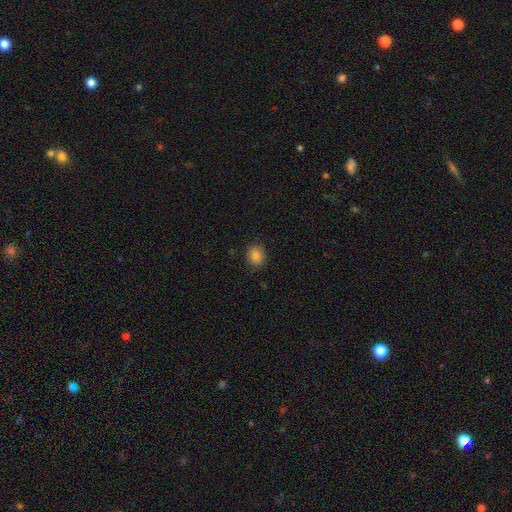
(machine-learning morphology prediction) Smooth or featured? smooth (85%)
How rounded? round (70%)
Merging? none (86%)